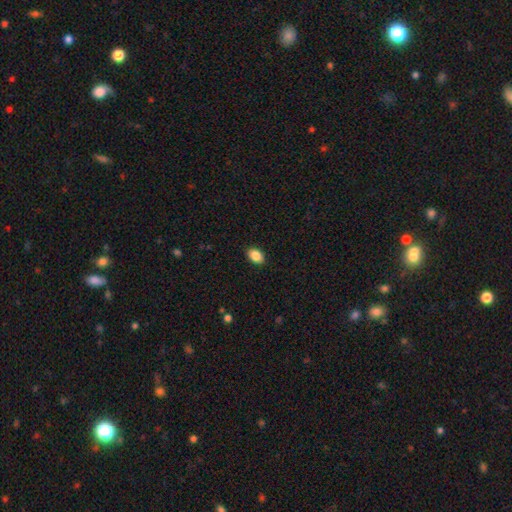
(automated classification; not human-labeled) Smooth or featured? Predicted: smooth (p=0.88). How rounded? Predicted: in between (p=0.87). Merging? Predicted: none (p=0.90).